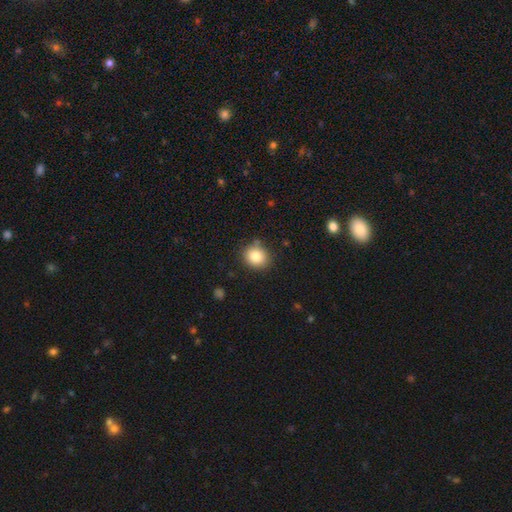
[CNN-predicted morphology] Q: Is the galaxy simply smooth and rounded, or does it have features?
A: smooth — 83%.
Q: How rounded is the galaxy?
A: round — 76%.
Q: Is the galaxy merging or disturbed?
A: none — 83%.